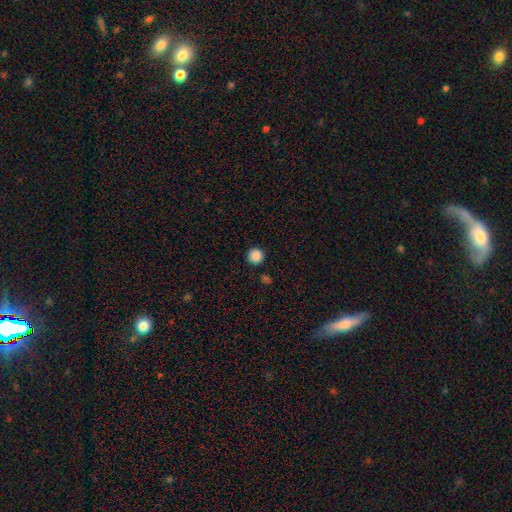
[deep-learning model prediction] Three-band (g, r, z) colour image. It shows a smooth galaxy with no disk features (87%) that is round (95%). Merging: none (90%).